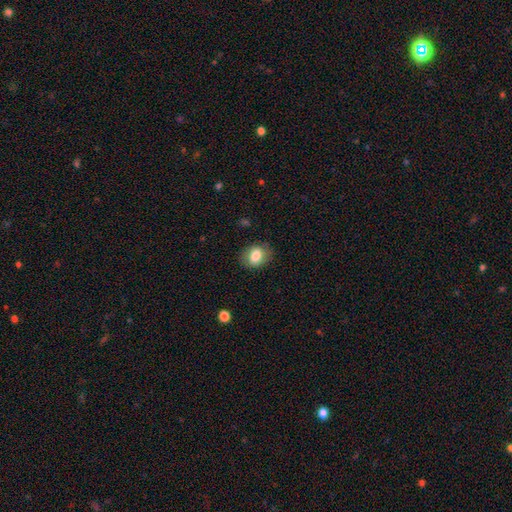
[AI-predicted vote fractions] This appears to be a smooth galaxy with no disk features (79%) that is in between round and cigar-shaped (69%). Merging: none (81%).